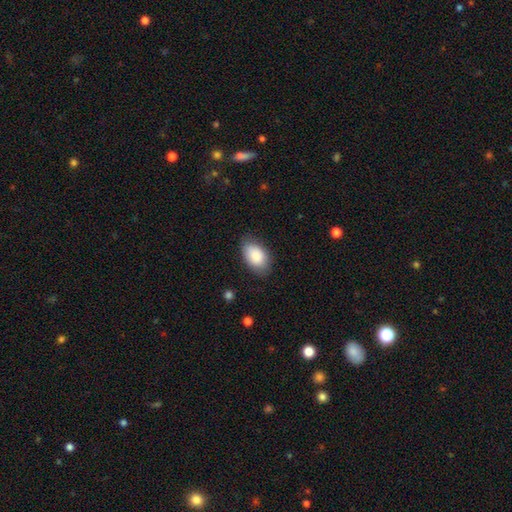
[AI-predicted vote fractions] Morphology: type=smooth (85%); roundness=in between (92%); merging=none (76%).